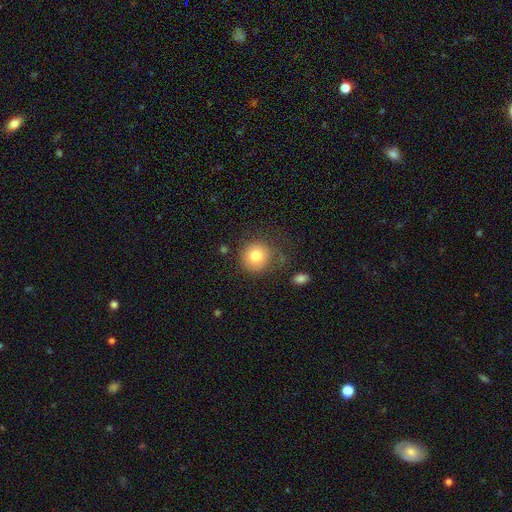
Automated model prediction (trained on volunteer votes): Smooth or featured? smooth (81%)
How rounded? round (90%)
Merging? none (67%)